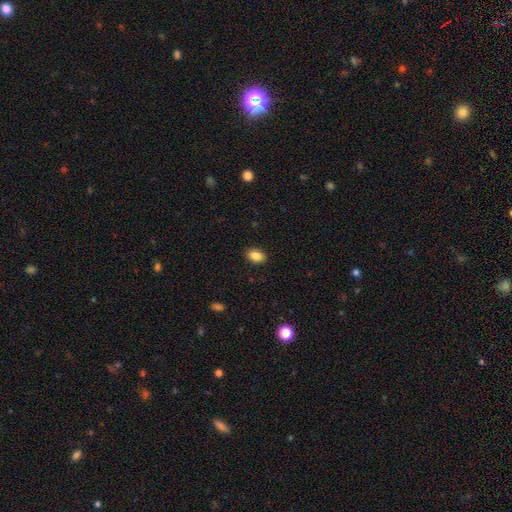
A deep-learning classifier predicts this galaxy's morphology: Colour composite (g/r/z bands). It shows a smooth galaxy with no disk features (86%) that is in between round and cigar-shaped (82%). Merging: none (89%).